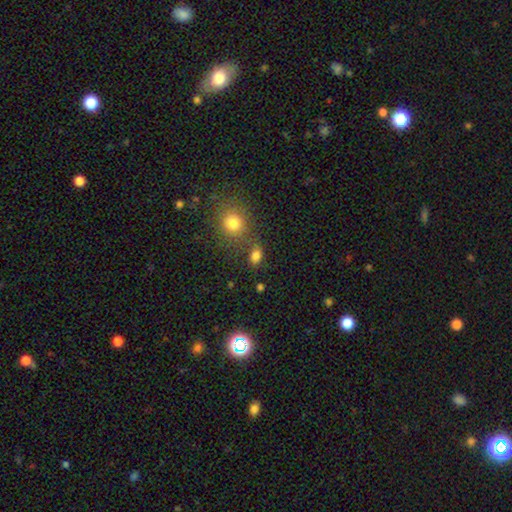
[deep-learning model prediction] A smooth galaxy with no disk features (79%) that is in between round and cigar-shaped (67%). Merging: none (66%).